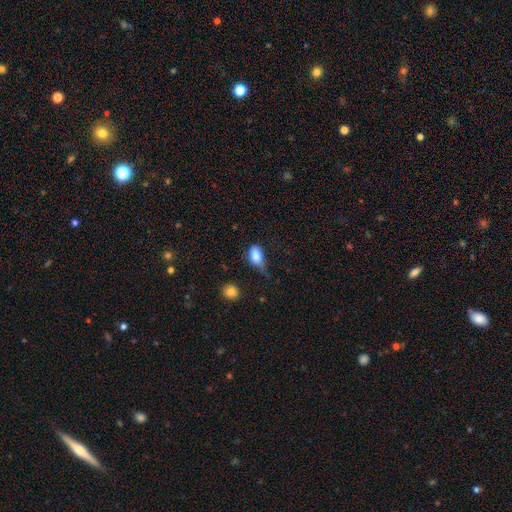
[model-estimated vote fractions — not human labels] Smooth or featured: smooth — 83% (star or artifact — 9%)
How rounded: in between — 86% (round — 10%)
Merging: minor disturbance — 43% (none — 33%)